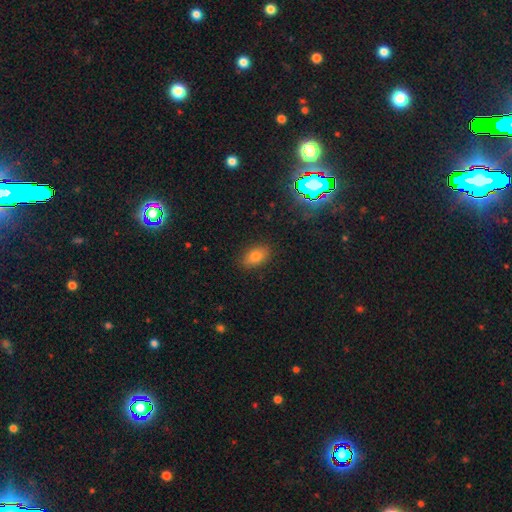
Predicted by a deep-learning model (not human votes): This appears to be a smooth galaxy with no disk features (70%) that is in between round and cigar-shaped (85%). Merging: none (87%).